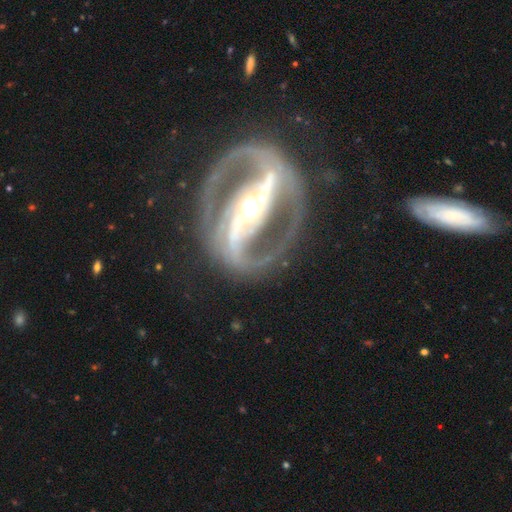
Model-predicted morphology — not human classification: A featured or disk galaxy (92%) with a strong bar (85%), 2 (92%) medium (48%) spiral arms (92%) and a moderate central bulge (51%). Merging: none (79%).